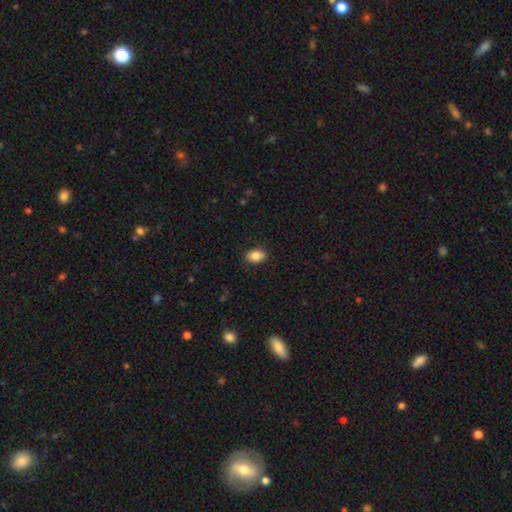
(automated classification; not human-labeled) This appears to be a smooth galaxy with no disk features (86%) that is in between round and cigar-shaped (79%). Merging: none (88%).